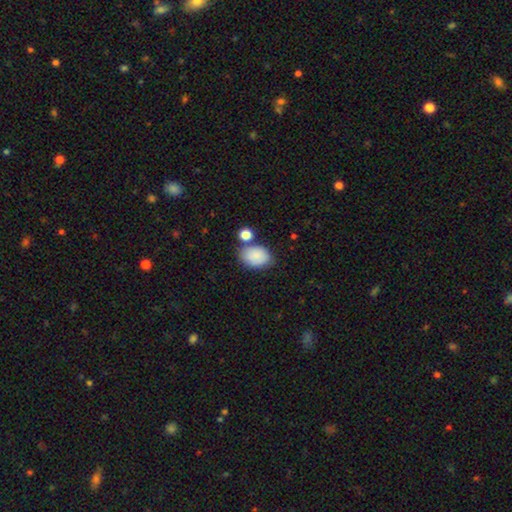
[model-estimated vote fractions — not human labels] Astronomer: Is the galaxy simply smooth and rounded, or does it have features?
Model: smooth — 84%.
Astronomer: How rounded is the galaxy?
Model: in between — 80%.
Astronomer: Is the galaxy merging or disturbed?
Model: none — 64%.